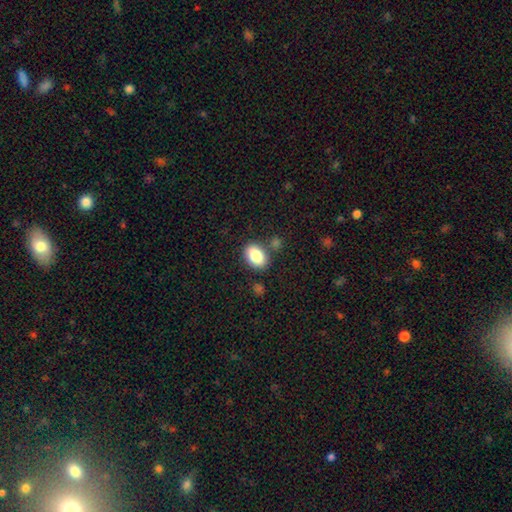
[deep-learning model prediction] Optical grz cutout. It shows a smooth galaxy with no disk features (84%) that is in between round and cigar-shaped (82%). Merging: none (78%).